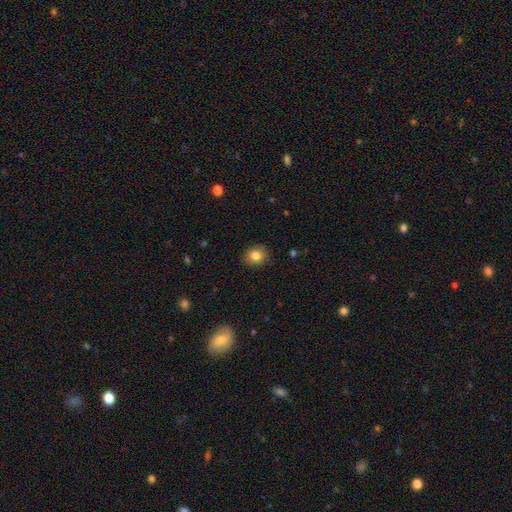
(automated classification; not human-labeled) The model was most divided on "how rounded": round: 64%, in between: 35%, cigar-shaped: 1%. More confident: merging — none (87%); smooth or featured — smooth (83%).